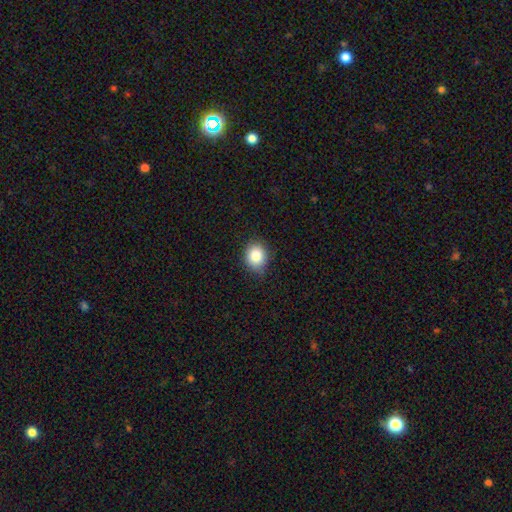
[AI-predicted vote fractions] Overall: smooth (84%). How rounded: round (67%; in between 32%). Merging: none (79%).